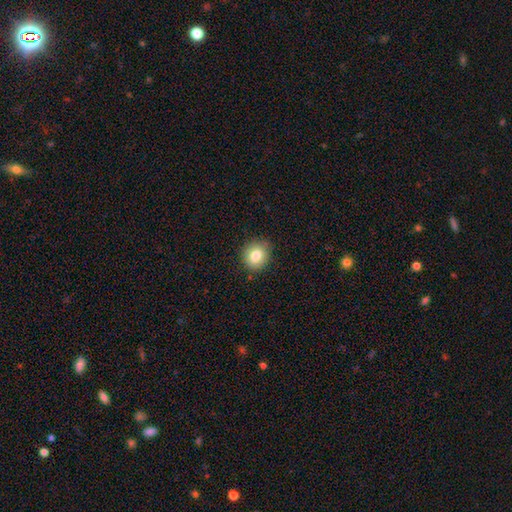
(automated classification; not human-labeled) Smooth or featured: smooth — 81% (star or artifact — 10%)
How rounded: round — 79% (in between — 20%)
Merging: none — 85% (minor disturbance — 11%)